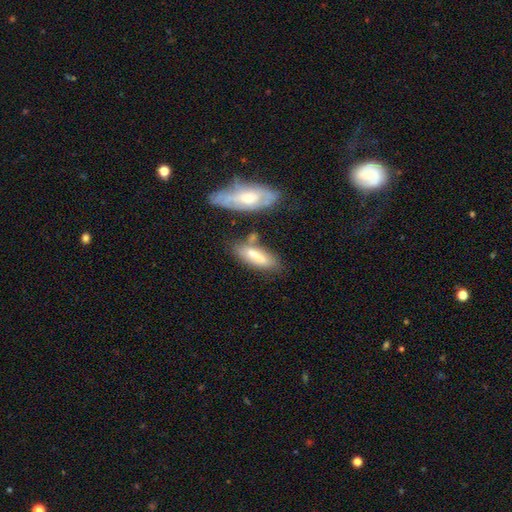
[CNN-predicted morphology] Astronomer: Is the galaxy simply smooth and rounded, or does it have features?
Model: smooth — 71%.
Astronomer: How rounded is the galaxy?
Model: in between — 55% (runner-up: cigar-shaped, 43%).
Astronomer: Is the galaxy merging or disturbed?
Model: none — 53%.